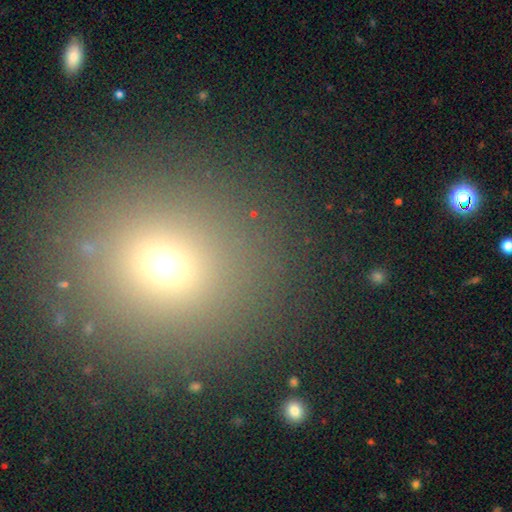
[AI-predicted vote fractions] This is likely a smooth galaxy (61%). How rounded: clearly round (85%). Merging: clearly none (86%).